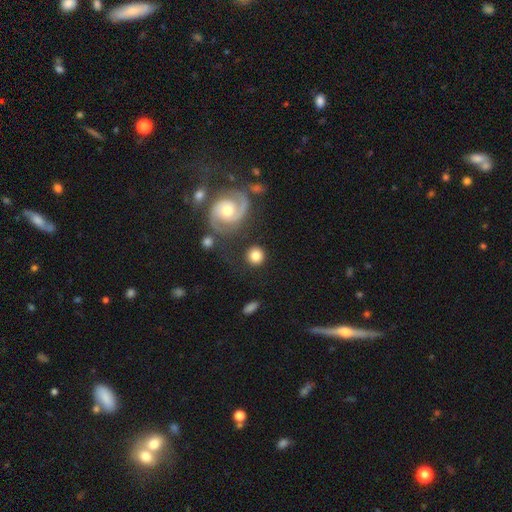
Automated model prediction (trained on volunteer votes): The model was most divided on "smooth or featured": smooth: 75%, featured or disk: 18%, star or artifact: 8%. More confident: how rounded — round (91%); merging — none (81%).